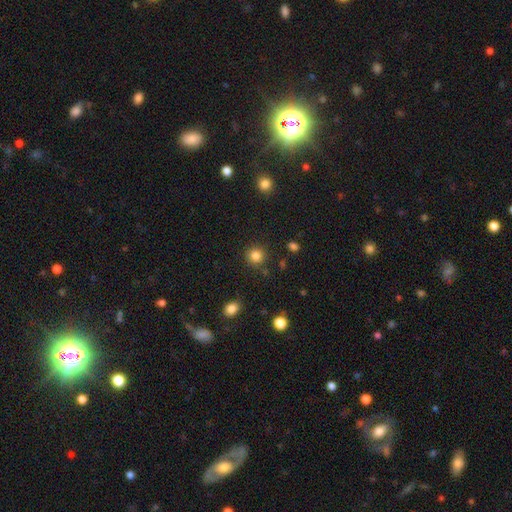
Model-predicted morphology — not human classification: This is clearly a smooth galaxy (84%). How rounded: clearly round (92%). Merging: clearly none (89%).